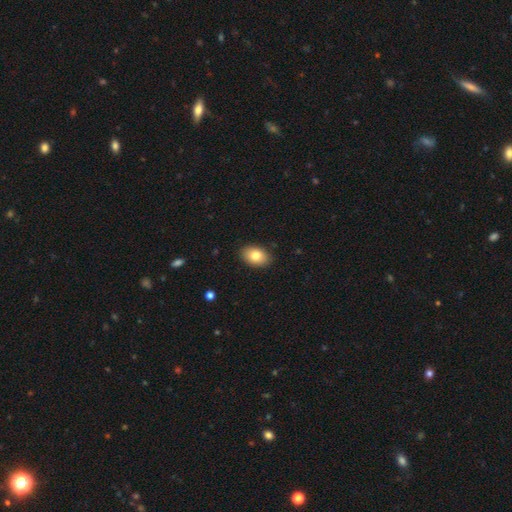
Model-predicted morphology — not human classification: smooth_or_featured: smooth (p=0.81) [alt: featured or disk p=0.11]
how_rounded: in between (p=0.86) [alt: round p=0.13]
merging: none (p=0.89) [alt: minor disturbance p=0.08]